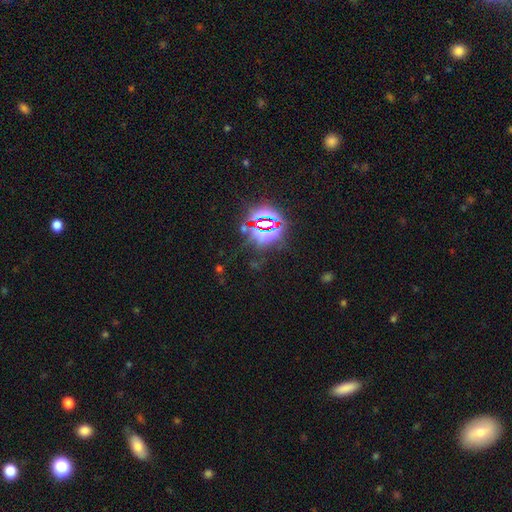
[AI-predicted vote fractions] A star or artifact, not a galaxy (82%).